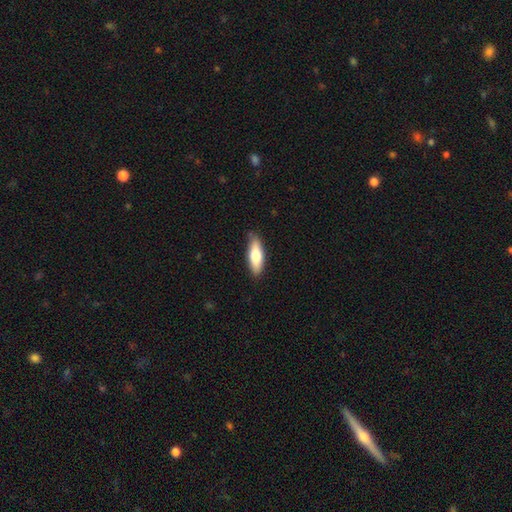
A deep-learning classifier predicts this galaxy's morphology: This is likely a smooth galaxy (71%). How rounded: possibly in between (56%). Merging: clearly none (85%).